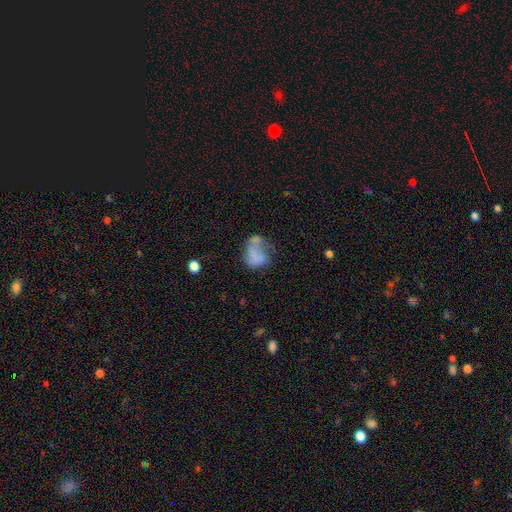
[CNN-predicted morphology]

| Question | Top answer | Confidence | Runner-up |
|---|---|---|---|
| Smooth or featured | smooth | 59% | featured or disk (30%) |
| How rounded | in between | 61% | round (38%) |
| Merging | major disturbance | 31% | none (28%) |